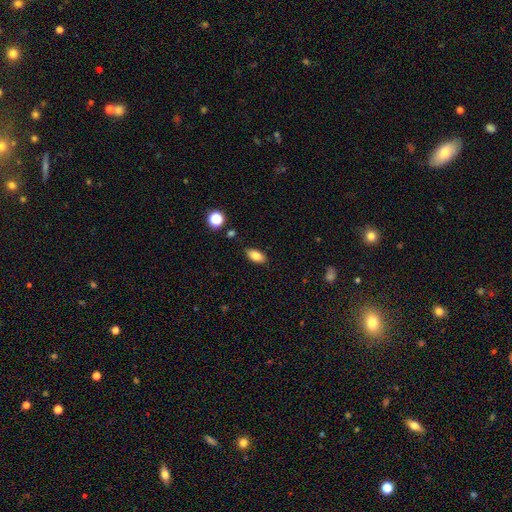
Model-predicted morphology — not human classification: smooth_or_featured: smooth (p=0.84) [alt: star or artifact p=0.09]
how_rounded: in between (p=0.90) [alt: round p=0.05]
merging: none (p=0.84) [alt: minor disturbance p=0.12]